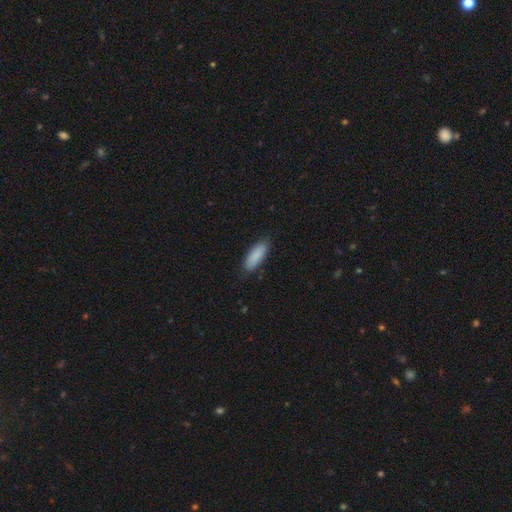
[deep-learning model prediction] Overall: smooth (88%). How rounded: in between (68%; cigar-shaped 31%). Merging: none (84%).